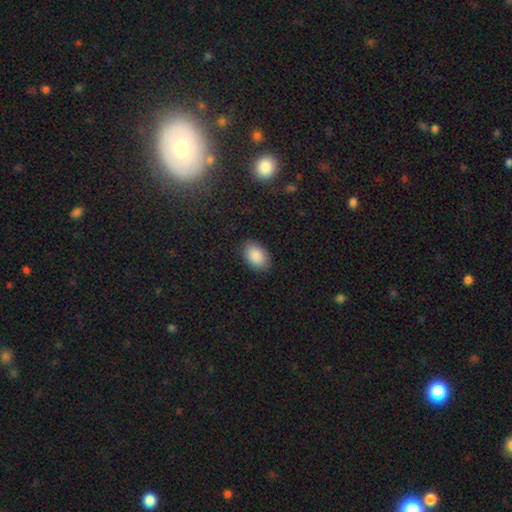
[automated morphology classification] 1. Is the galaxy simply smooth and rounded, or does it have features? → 88% smooth, 7% star or artifact, 5% featured or disk.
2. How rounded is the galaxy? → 90% in between, 8% round, 1% cigar-shaped.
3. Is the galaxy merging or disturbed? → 86% none, 10% minor disturbance, 3% major disturbance, 1% merger.